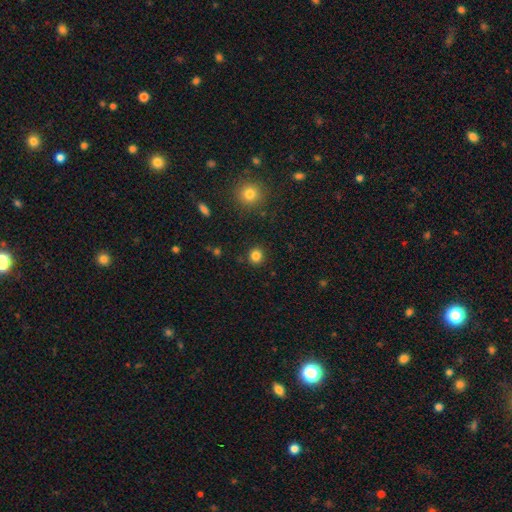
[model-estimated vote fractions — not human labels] Smooth or featured? Predicted: smooth (p=0.83). How rounded? Predicted: round (p=0.87). Merging? Predicted: none (p=0.90).